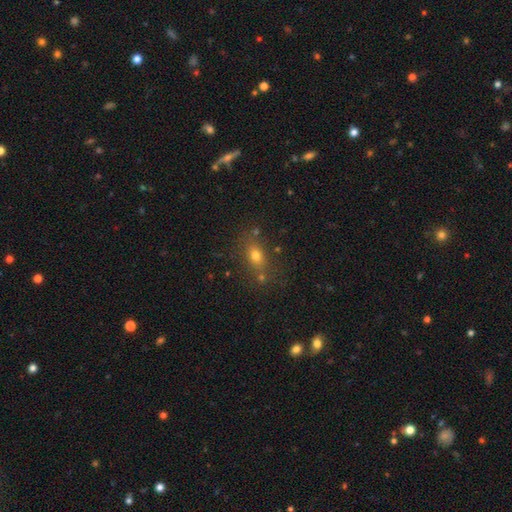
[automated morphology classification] Smooth or featured? smooth (67%)
How rounded? in between (59%)
Merging? none (73%)